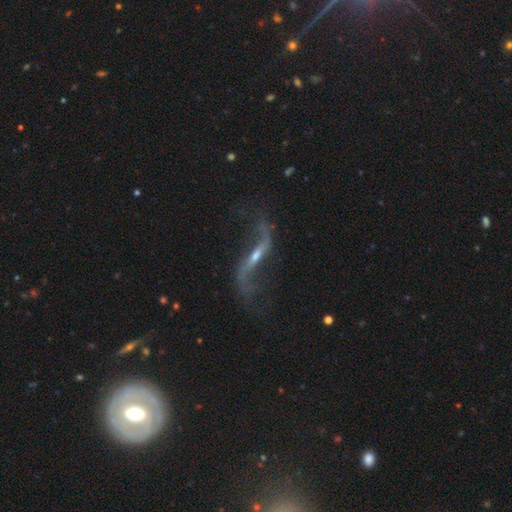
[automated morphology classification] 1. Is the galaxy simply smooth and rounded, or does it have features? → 88% featured or disk, 6% star or artifact, 6% smooth.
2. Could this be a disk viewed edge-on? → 81% no, 19% yes.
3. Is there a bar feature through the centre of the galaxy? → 46% strong, 33% weak, 21% no.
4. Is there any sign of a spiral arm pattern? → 95% yes, 5% no.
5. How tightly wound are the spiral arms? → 94% loose, 4% medium, 2% tight.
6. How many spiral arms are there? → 93% 2, 3% 1, 2% can't tell, 1% 3, 1% 4, 1% more than 4.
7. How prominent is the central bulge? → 52% small, 36% moderate, 7% none, 3% large, 2% dominant.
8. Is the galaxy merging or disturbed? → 64% none, 17% minor disturbance, 15% major disturbance, 4% merger.